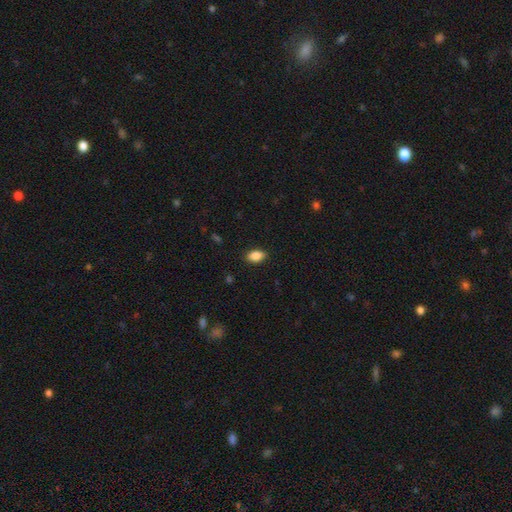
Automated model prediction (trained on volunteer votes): smooth 87%, star or artifact 8%, featured or disk 5%. Down the decision tree: how rounded — in between (89%); merging — none (88%).